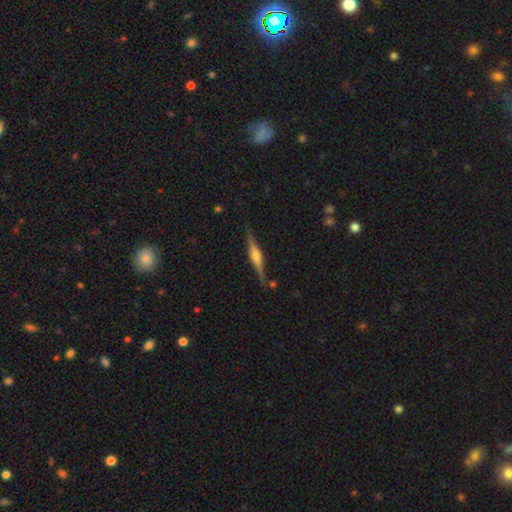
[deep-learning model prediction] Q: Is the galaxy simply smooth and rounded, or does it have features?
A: featured or disk — 77%.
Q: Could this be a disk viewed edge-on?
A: yes — 98%.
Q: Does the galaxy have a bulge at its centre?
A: rounded — 73%.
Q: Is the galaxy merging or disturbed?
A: none — 86%.